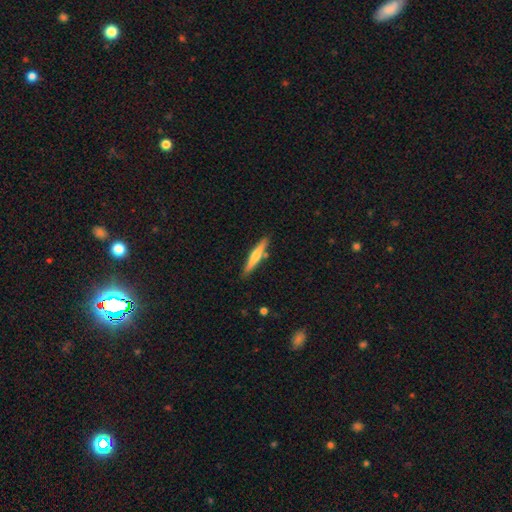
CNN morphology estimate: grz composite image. It shows a smooth galaxy with no disk features (50%) that is cigar-shaped (91%). Merging: none (85%).